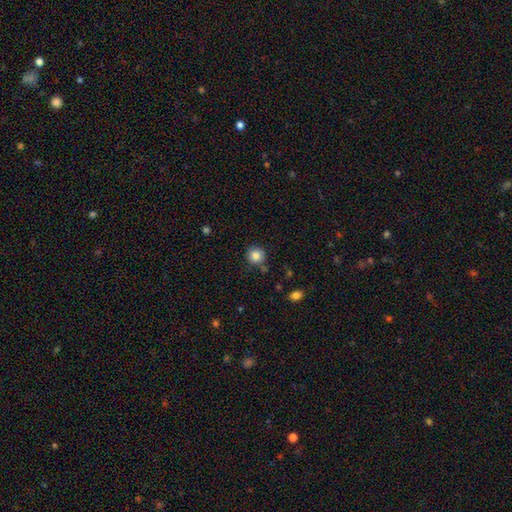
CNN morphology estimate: smooth 83%, star or artifact 11%, featured or disk 6%. Down the decision tree: how rounded — round (92%); merging — none (79%).